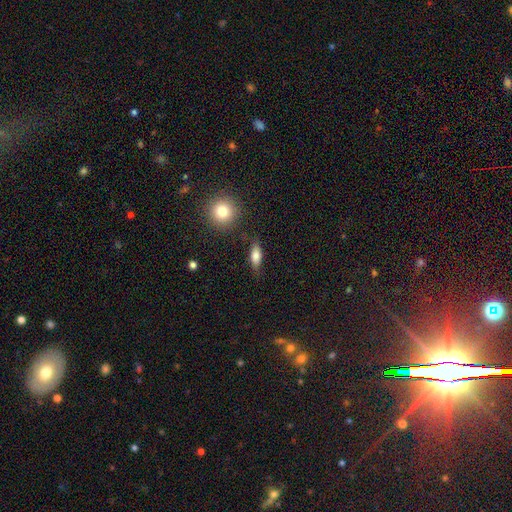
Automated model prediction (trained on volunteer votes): Morphology: type=smooth (76%); roundness=in between (74%); merging=none (75%).